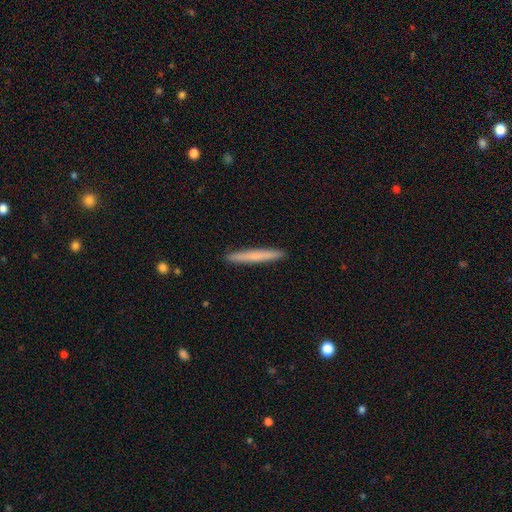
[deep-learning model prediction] This is likely a smooth galaxy (66%). How rounded: clearly cigar-shaped (97%). Merging: clearly none (93%).